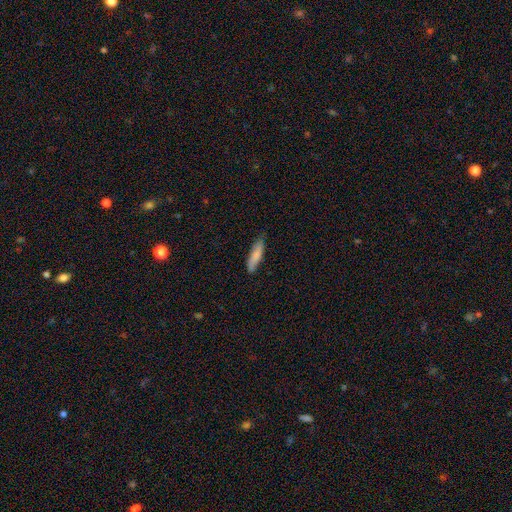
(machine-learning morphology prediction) Q: Smooth or featured?
A: smooth (81%); runner-up: featured or disk (13%)
Q: How rounded?
A: cigar-shaped (70%); runner-up: in between (28%)
Q: Merging?
A: none (79%); runner-up: minor disturbance (18%)